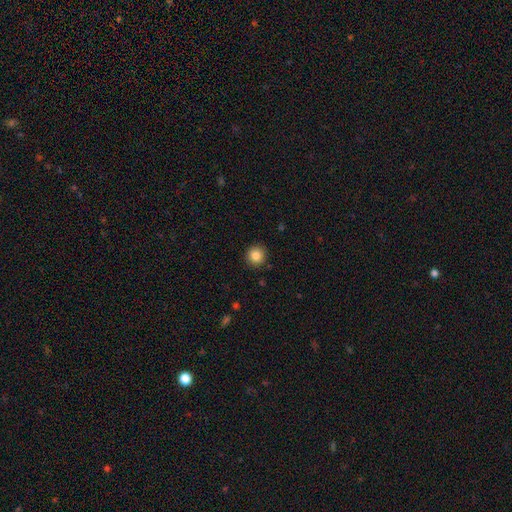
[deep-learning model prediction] Smooth or featured? smooth (86%)
How rounded? round (93%)
Merging? none (91%)